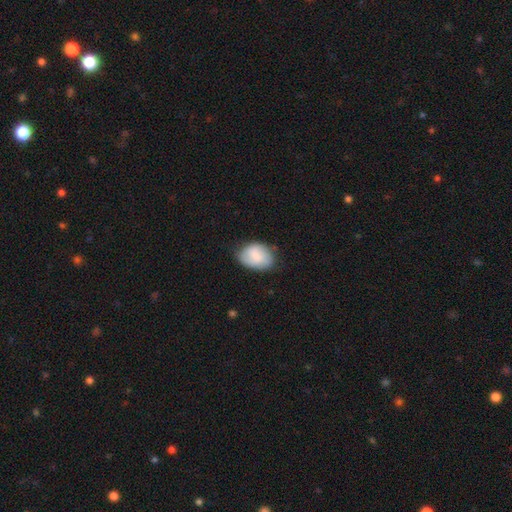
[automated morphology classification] Smooth or featured? Predicted: smooth (p=0.77). How rounded? Predicted: in between (p=0.79). Merging? Predicted: none (p=0.67).